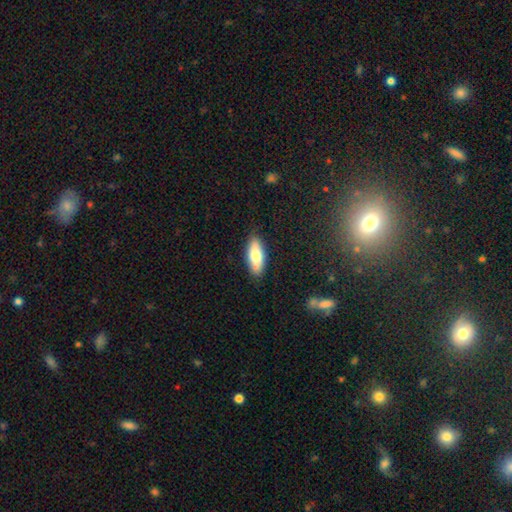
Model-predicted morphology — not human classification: This appears to be a smooth galaxy with no disk features (75%) that is in between round and cigar-shaped (78%). Merging: none (85%).